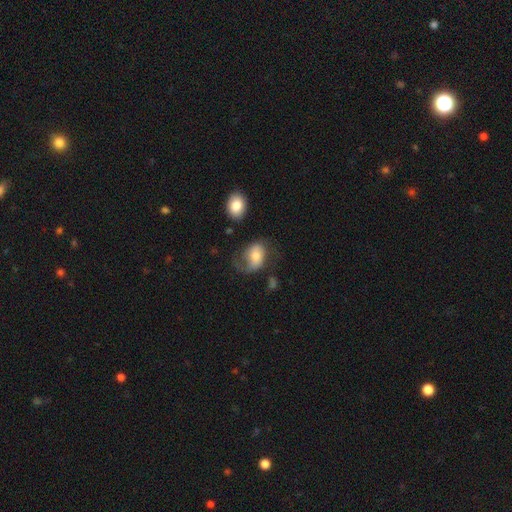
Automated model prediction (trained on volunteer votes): Q: Smooth or featured?
A: smooth (52%); runner-up: featured or disk (40%)
Q: How rounded?
A: in between (72%); runner-up: round (27%)
Q: Merging?
A: none (36%); runner-up: major disturbance (33%)